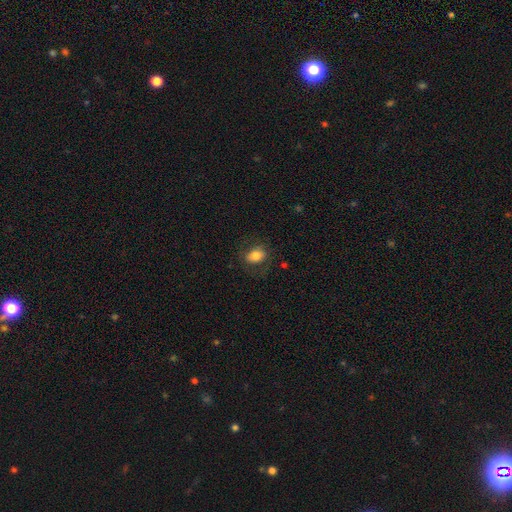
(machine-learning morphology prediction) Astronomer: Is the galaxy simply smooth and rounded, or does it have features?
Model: smooth — 78%.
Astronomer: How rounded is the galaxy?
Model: in between — 72%.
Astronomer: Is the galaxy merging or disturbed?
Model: none — 76%.